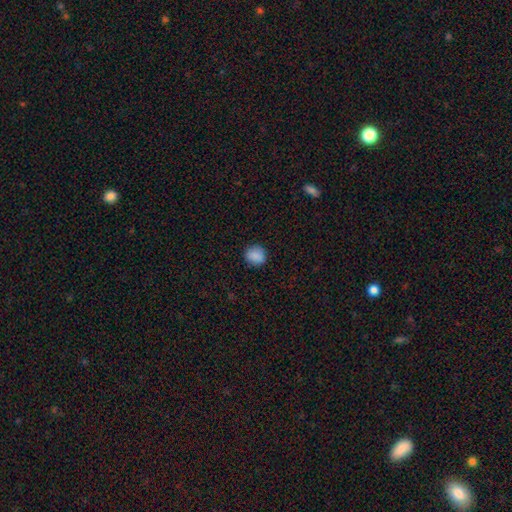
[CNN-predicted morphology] Smooth or featured?
  - smooth: 88% *
  - star or artifact: 9%
  - featured or disk: 3%
How rounded?
  - round: 78% *
  - in between: 21%
  - cigar-shaped: 1%
Merging?
  - none: 88% *
  - minor disturbance: 8%
  - major disturbance: 2%
  - merger: 1%